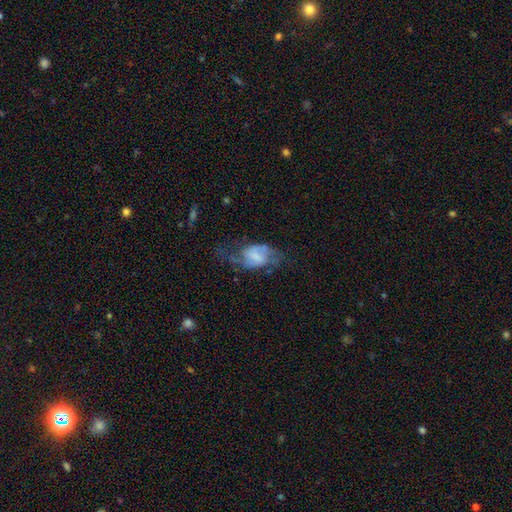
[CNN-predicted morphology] Smooth or featured? Predicted: featured or disk (p=0.68). Edge-on disk? Predicted: no (p=0.97). Bar? Predicted: weak (p=0.51). Spiral arms? Predicted: yes (p=0.85). Spiral winding? Predicted: loose (p=0.49). Spiral arm count? Predicted: 2 (p=0.84). Bulge size? Predicted: small (p=0.32, tied with none). Merging? Predicted: none (p=0.44).